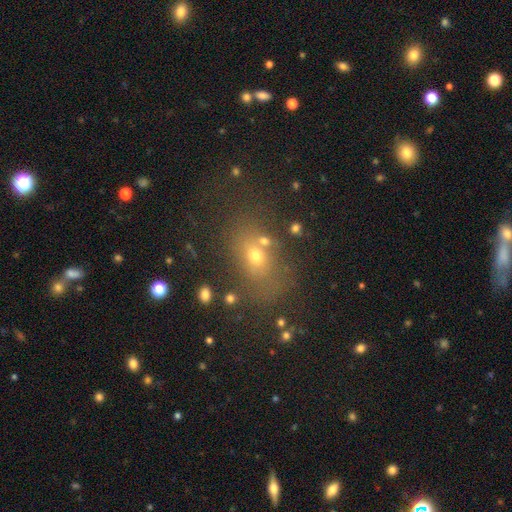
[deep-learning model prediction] Q: Smooth or featured?
A: smooth (63%); runner-up: star or artifact (20%)
Q: How rounded?
A: in between (61%); runner-up: round (36%)
Q: Merging?
A: none (62%); runner-up: minor disturbance (15%)